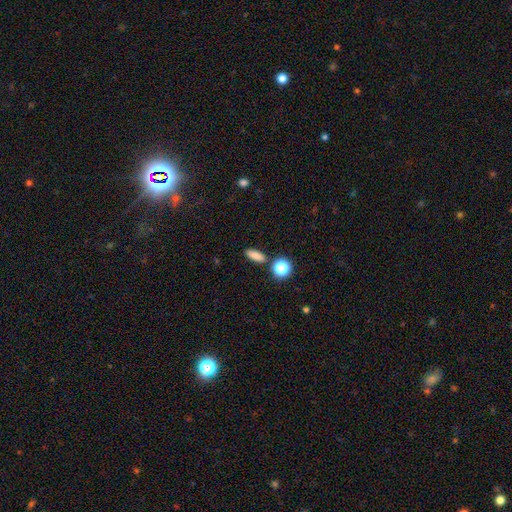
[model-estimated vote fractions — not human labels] This appears to be a smooth galaxy with no disk features (82%) that is in between round and cigar-shaped (57%). Merging: none (83%).